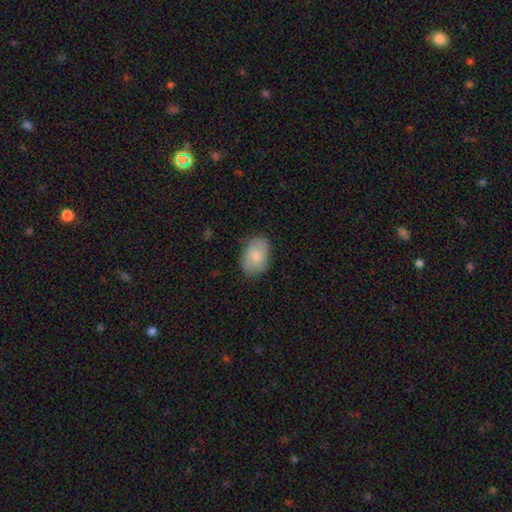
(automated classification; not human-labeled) smooth_or_featured: smooth (p=0.80) [alt: featured or disk p=0.14]
how_rounded: in between (p=0.85) [alt: round p=0.14]
merging: none (p=0.77) [alt: minor disturbance p=0.18]